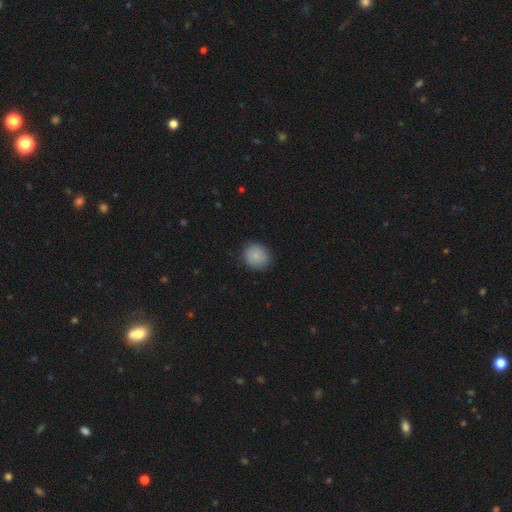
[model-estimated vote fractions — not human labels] Smooth or featured?
  - smooth: 86% *
  - star or artifact: 8%
  - featured or disk: 6%
How rounded?
  - round: 79% *
  - in between: 20%
  - cigar-shaped: 1%
Merging?
  - none: 85% *
  - minor disturbance: 11%
  - major disturbance: 3%
  - merger: 1%